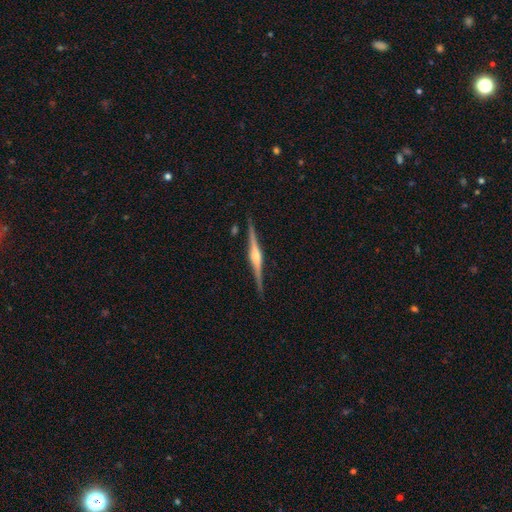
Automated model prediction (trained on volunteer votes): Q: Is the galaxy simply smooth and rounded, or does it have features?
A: featured or disk — 88%.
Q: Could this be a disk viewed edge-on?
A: yes — 99%.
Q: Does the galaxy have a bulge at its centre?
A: rounded — 85%.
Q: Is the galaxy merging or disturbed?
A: none — 91%.